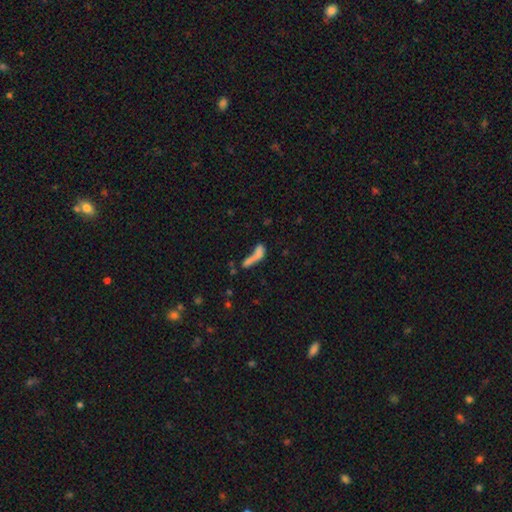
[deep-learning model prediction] Smooth or featured: smooth — 62% (featured or disk — 24%)
How rounded: cigar-shaped — 60% (in between — 34%)
Merging: merger — 41% (none — 27%)